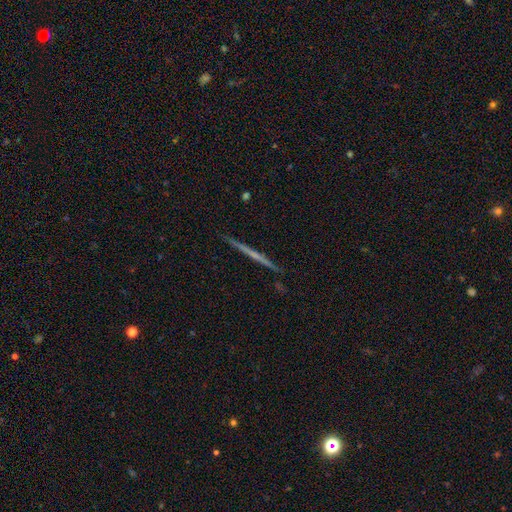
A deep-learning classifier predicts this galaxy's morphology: type=featured or disk (71%); edge-on=yes (98%); edge-on bulge=none (68%); merging=none (92%).